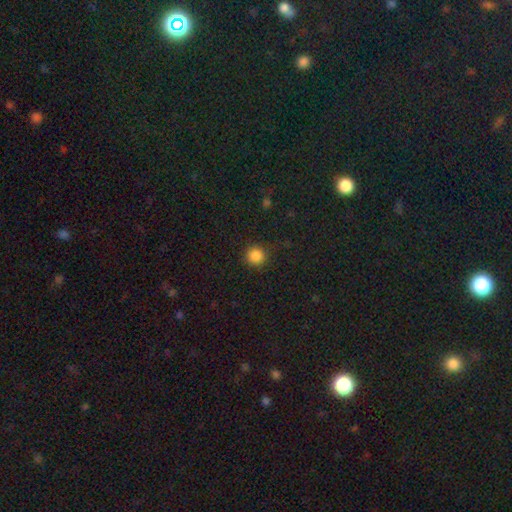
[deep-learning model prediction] Smooth or featured?
  - smooth: 86% *
  - star or artifact: 11%
  - featured or disk: 3%
How rounded?
  - round: 94% *
  - in between: 5%
  - cigar-shaped: 1%
Merging?
  - none: 90% *
  - minor disturbance: 7%
  - major disturbance: 2%
  - merger: 1%